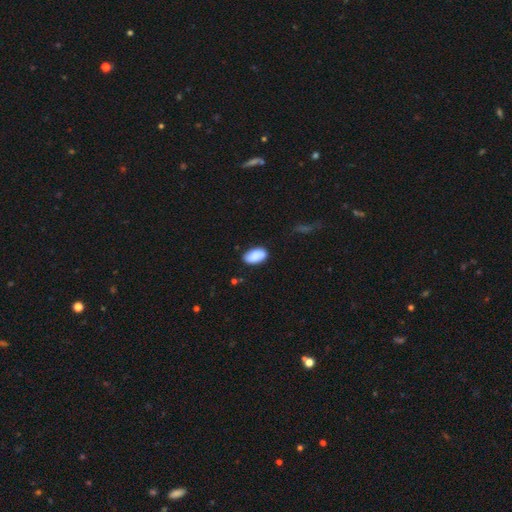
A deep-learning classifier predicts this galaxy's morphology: Smooth or featured: smooth — 87% (star or artifact — 7%)
How rounded: in between — 94% (round — 4%)
Merging: none — 78% (minor disturbance — 16%)